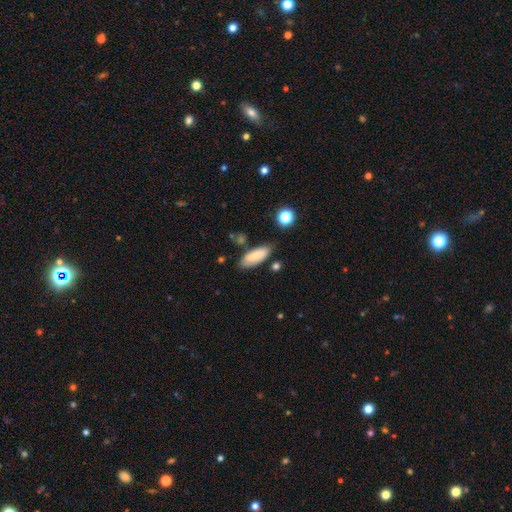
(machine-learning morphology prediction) smooth_or_featured: smooth (p=0.79) [alt: featured or disk p=0.14]
how_rounded: in between (p=0.75) [alt: cigar-shaped p=0.23]
merging: none (p=0.76) [alt: minor disturbance p=0.16]